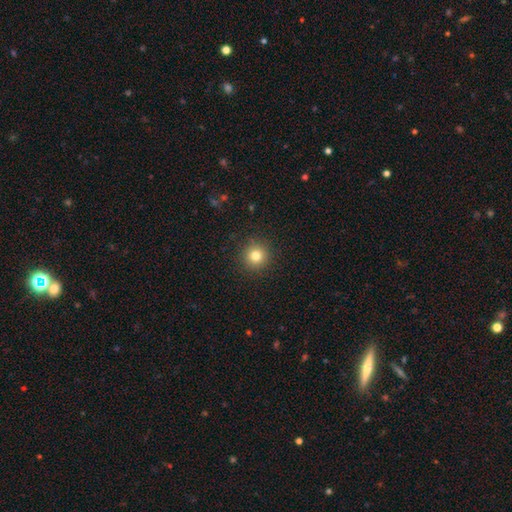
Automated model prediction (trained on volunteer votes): This appears to be a smooth galaxy with no disk features (80%) that is round (95%). Merging: none (91%).